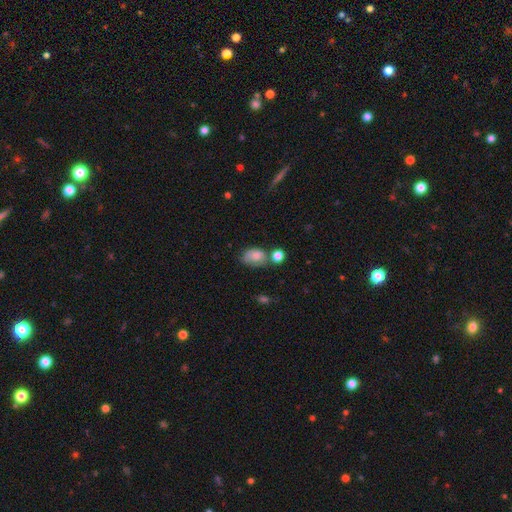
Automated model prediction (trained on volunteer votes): This appears to be a smooth galaxy with no disk features (72%) that is in between round and cigar-shaped (78%). Merging: none (42%).